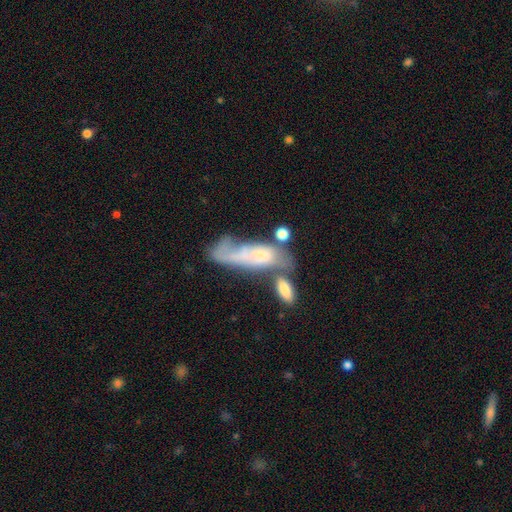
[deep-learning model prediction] smooth_or_featured: featured or disk (p=0.50) [alt: smooth p=0.42]
merging: merger (p=0.43) [alt: major disturbance p=0.23]